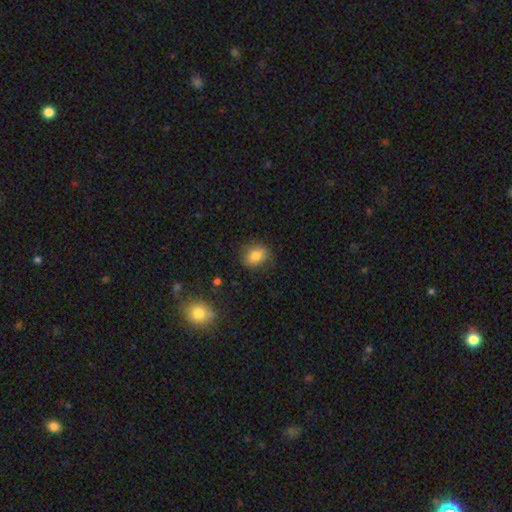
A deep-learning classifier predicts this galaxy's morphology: type=smooth (80%); roundness=in between (54%); merging=none (82%).